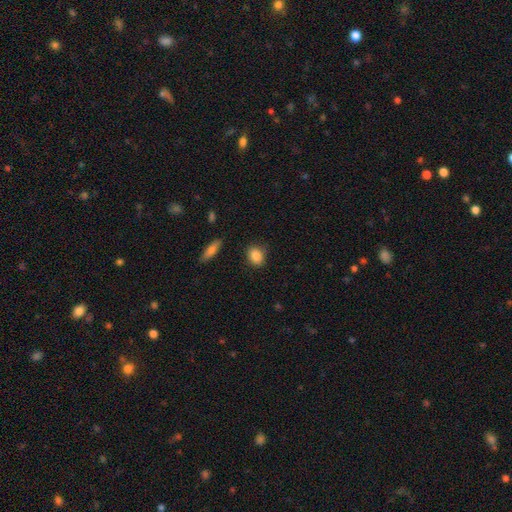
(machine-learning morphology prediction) Smooth or featured?
  - smooth: 87% *
  - star or artifact: 8%
  - featured or disk: 5%
How rounded?
  - in between: 51% *
  - round: 47%
  - cigar-shaped: 2%
Merging?
  - none: 79% *
  - minor disturbance: 16%
  - major disturbance: 3%
  - merger: 2%